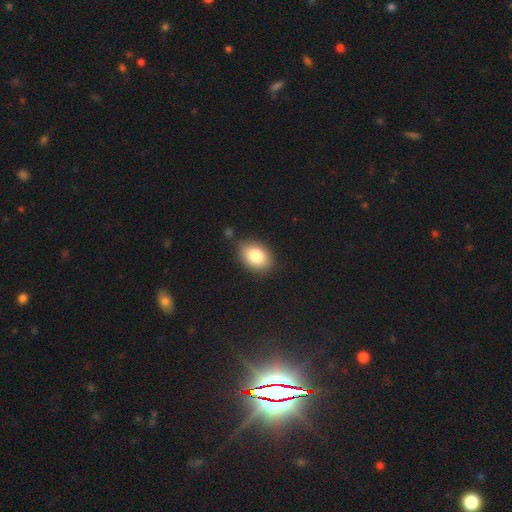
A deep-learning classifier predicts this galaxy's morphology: This is clearly a smooth galaxy (84%). How rounded: likely in between (76%). Merging: clearly none (82%).